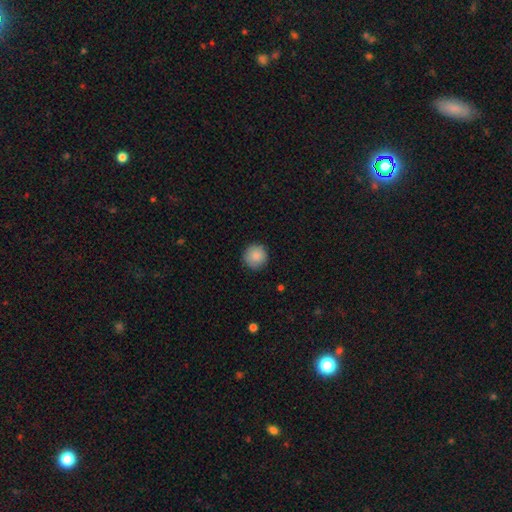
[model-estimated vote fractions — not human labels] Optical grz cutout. It shows a smooth galaxy with no disk features (88%) that is round (95%). Merging: none (88%).